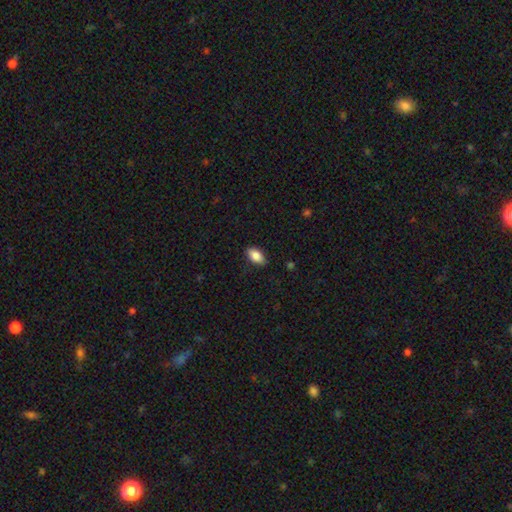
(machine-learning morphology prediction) Overall: smooth (85%). How rounded: in between (92%). Merging: none (86%).